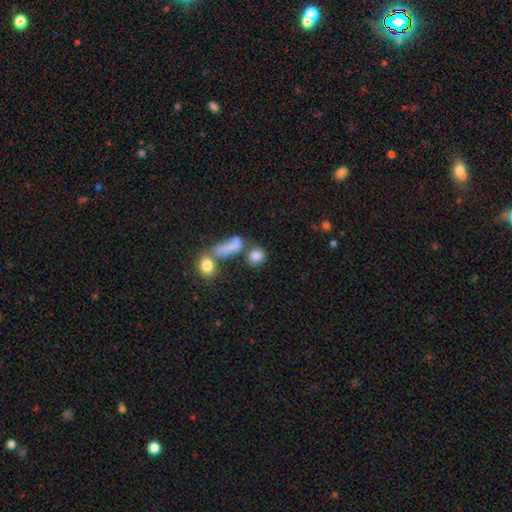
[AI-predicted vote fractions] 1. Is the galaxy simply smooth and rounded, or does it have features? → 79% smooth, 12% star or artifact, 10% featured or disk.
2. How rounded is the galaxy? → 59% round, 33% in between, 8% cigar-shaped.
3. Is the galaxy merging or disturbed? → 46% none, 31% merger, 12% minor disturbance, 11% major disturbance.